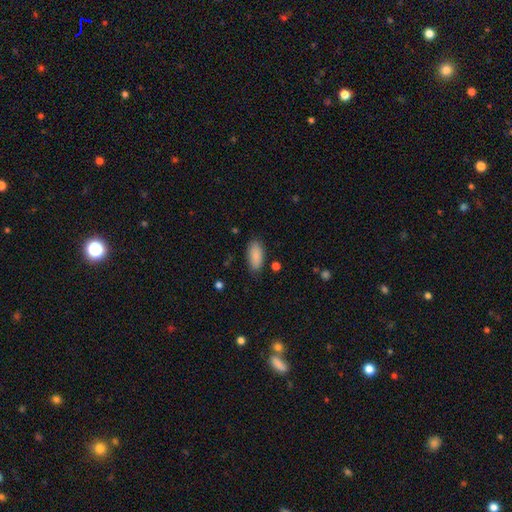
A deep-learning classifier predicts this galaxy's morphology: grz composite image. It shows a smooth galaxy with no disk features (88%) that is in between round and cigar-shaped (89%). Merging: none (82%).